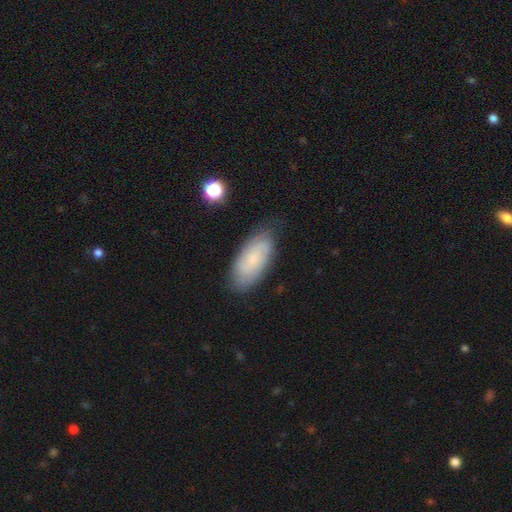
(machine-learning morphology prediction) Smooth or featured?
  - smooth: 58% *
  - featured or disk: 32%
  - star or artifact: 10%
How rounded?
  - in between: 85% *
  - cigar-shaped: 12%
  - round: 3%
Merging?
  - none: 79% *
  - minor disturbance: 16%
  - major disturbance: 3%
  - merger: 2%